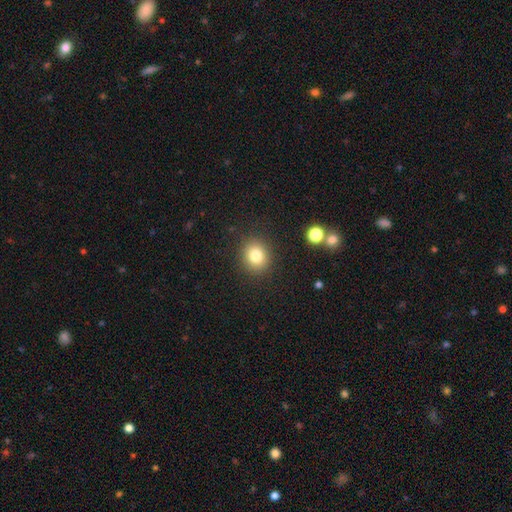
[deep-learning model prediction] smooth 80%, star or artifact 12%, featured or disk 8%. Down the decision tree: how rounded — round (75%); merging — none (89%).